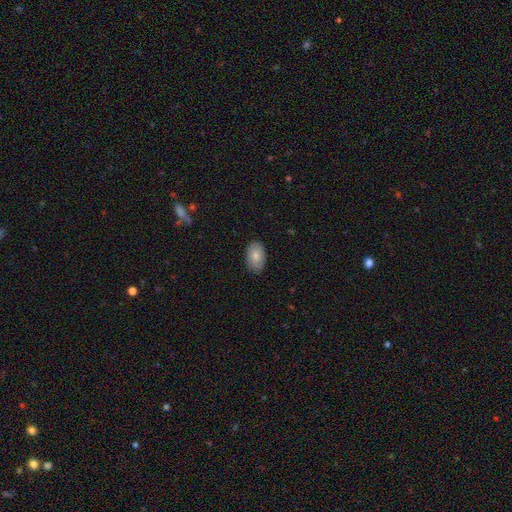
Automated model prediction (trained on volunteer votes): smooth_or_featured: smooth (p=0.82) [alt: featured or disk p=0.12]
how_rounded: in between (p=0.92) [alt: round p=0.07]
merging: none (p=0.86) [alt: minor disturbance p=0.11]